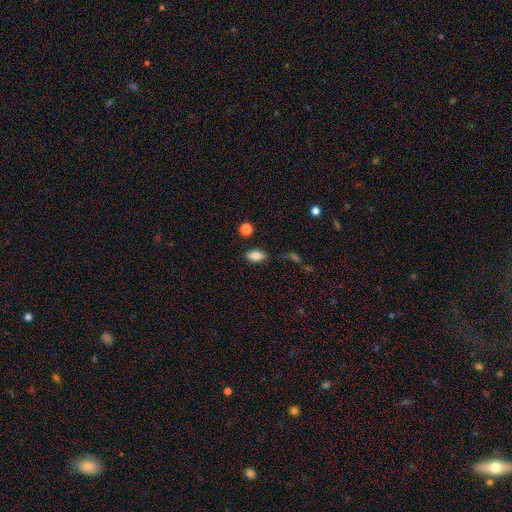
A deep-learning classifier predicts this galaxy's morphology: Smooth or featured? smooth (81%)
How rounded? in between (86%)
Merging? none (83%)